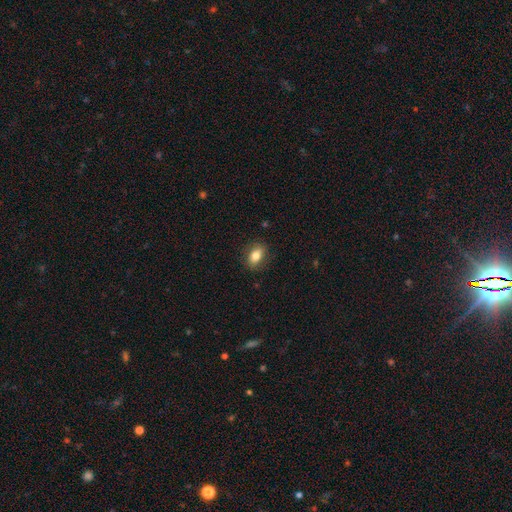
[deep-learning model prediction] Smooth or featured: smooth — 80% (featured or disk — 12%)
How rounded: in between — 82% (round — 14%)
Merging: none — 85% (minor disturbance — 11%)